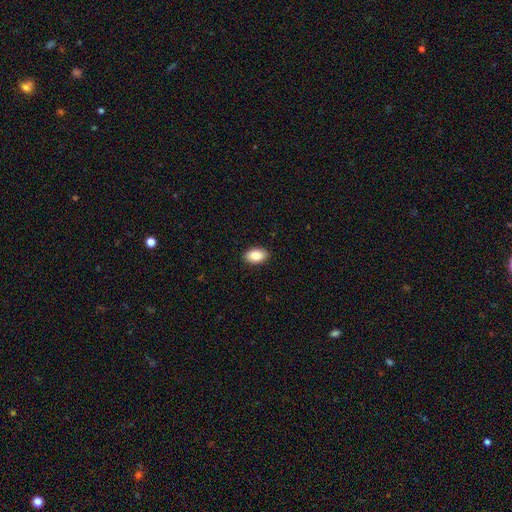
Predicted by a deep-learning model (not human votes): smooth_or_featured: smooth (p=0.85) [alt: featured or disk p=0.08]
how_rounded: in between (p=0.92) [alt: round p=0.07]
merging: none (p=0.91) [alt: minor disturbance p=0.07]